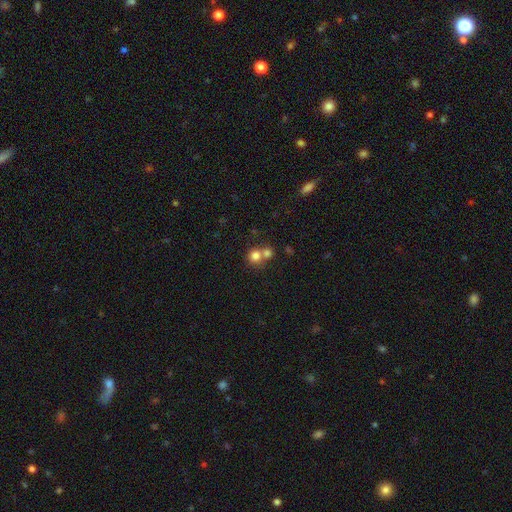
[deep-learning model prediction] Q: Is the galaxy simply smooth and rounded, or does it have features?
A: smooth — 78%.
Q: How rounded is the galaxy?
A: round — 87%.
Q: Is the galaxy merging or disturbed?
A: merger — 48%.